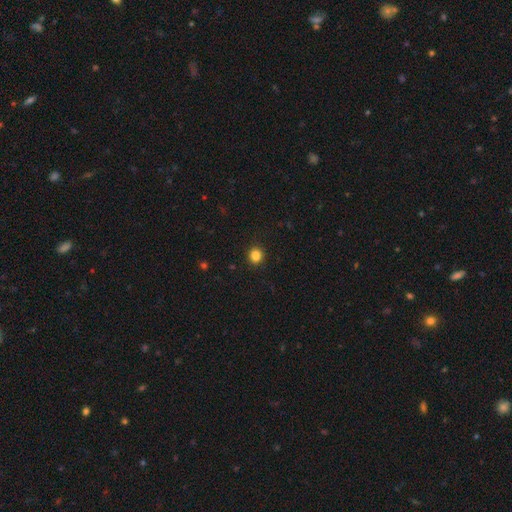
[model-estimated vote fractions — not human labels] Smooth or featured?
  - smooth: 84% *
  - star or artifact: 12%
  - featured or disk: 4%
How rounded?
  - round: 90% *
  - in between: 9%
  - cigar-shaped: 1%
Merging?
  - none: 92% *
  - minor disturbance: 5%
  - major disturbance: 2%
  - merger: 1%